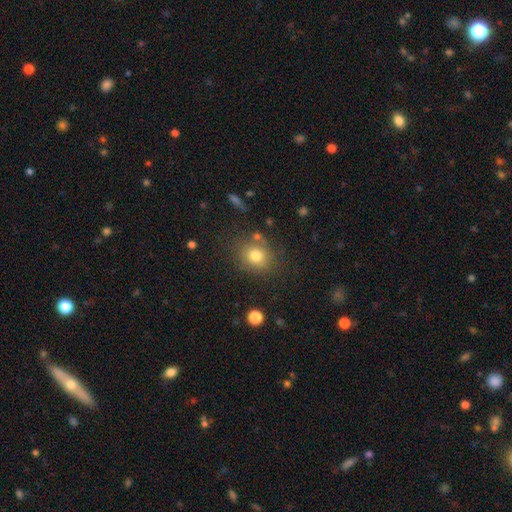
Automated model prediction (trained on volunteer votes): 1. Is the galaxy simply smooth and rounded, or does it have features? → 77% smooth, 13% star or artifact, 10% featured or disk.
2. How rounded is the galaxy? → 69% round, 30% in between, 1% cigar-shaped.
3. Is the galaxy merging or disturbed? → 75% none, 14% minor disturbance, 6% merger, 5% major disturbance.